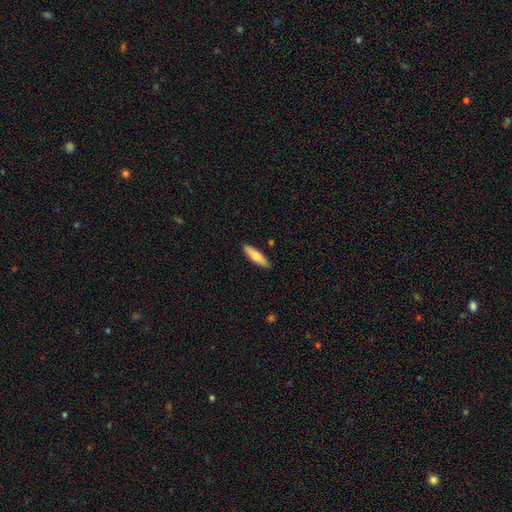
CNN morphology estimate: Smooth or featured? Predicted: smooth (p=0.72). How rounded? Predicted: cigar-shaped (p=0.66). Merging? Predicted: none (p=0.88).